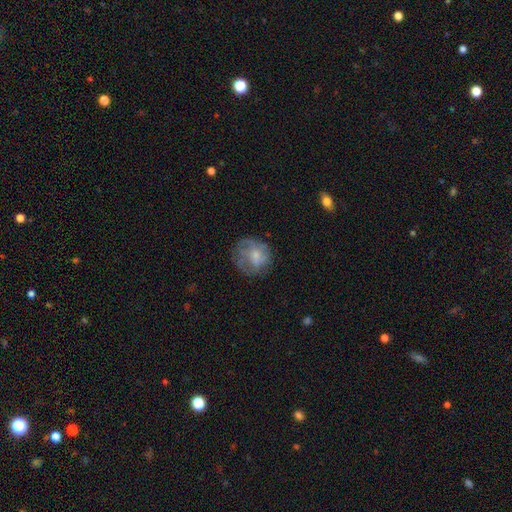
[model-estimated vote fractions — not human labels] A smooth galaxy with no disk features (53%) that is round (78%).

Vote fractions:
- Smooth or featured? smooth: 53% / featured or disk: 38% / star or artifact: 9%
- How rounded? round: 78% / in between: 21% / cigar-shaped: 1%
- Merging? none: 58% / minor disturbance: 22% / major disturbance: 18% / merger: 2%